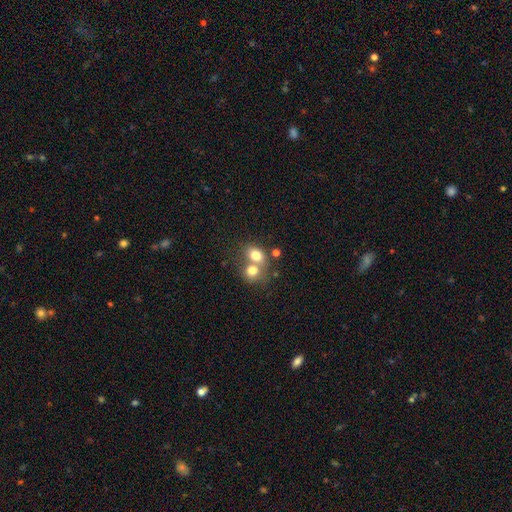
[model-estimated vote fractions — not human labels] Q: Smooth or featured?
A: smooth (76%); runner-up: featured or disk (13%)
Q: How rounded?
A: in between (54%); runner-up: round (45%)
Q: Merging?
A: merger (60%); runner-up: none (30%)